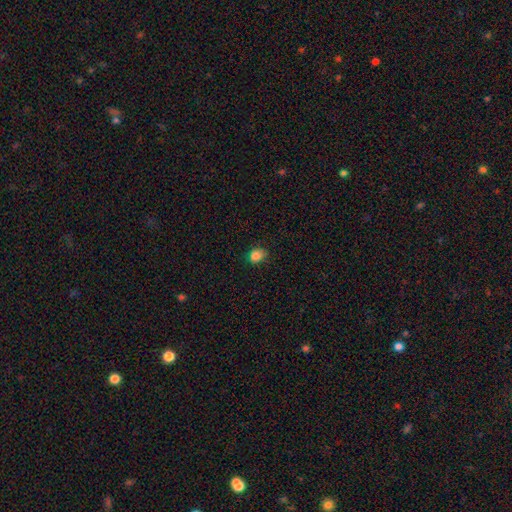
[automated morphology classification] smooth_or_featured: smooth (p=0.84) [alt: star or artifact p=0.11]
how_rounded: round (p=0.56) [alt: in between p=0.43]
merging: none (p=0.76) [alt: minor disturbance p=0.19]